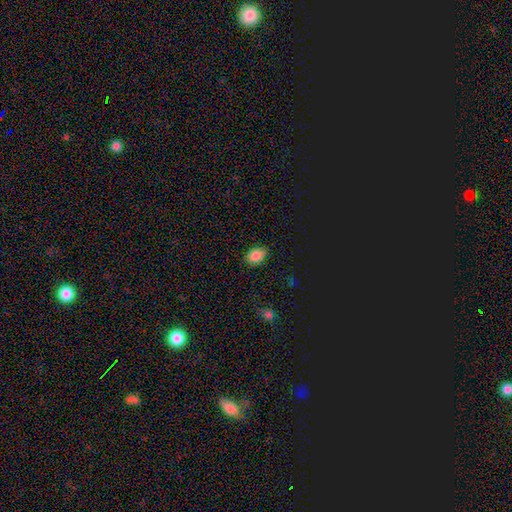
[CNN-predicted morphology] This appears to be a smooth galaxy with no disk features (85%) that is in between round and cigar-shaped (70%). Merging: none (83%).